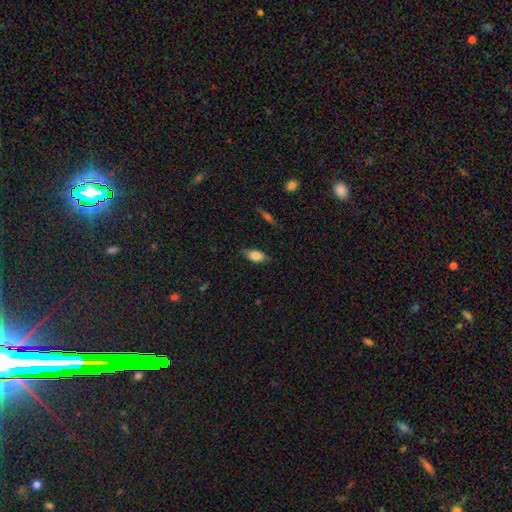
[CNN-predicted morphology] Overall: smooth (82%). How rounded: in between (88%). Merging: none (81%).